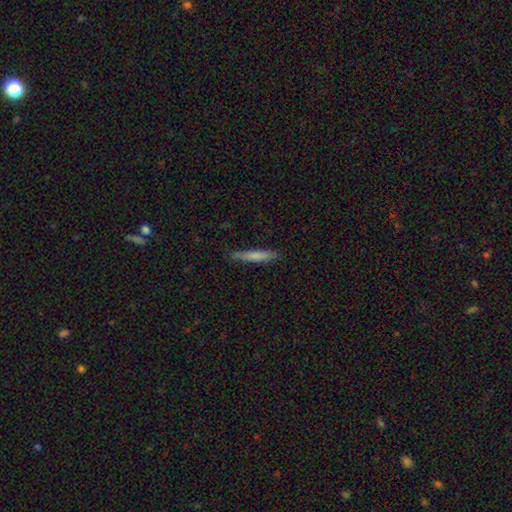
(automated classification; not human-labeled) smooth 72%, featured or disk 22%, star or artifact 6%. Down the decision tree: how rounded — cigar-shaped (93%); merging — none (82%).